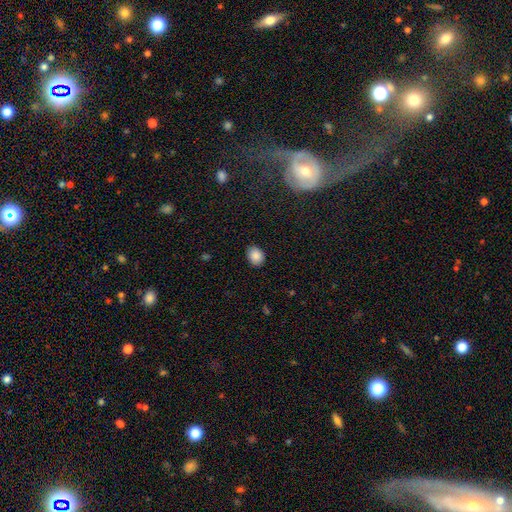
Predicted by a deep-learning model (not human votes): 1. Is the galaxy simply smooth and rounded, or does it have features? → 88% smooth, 9% star or artifact, 4% featured or disk.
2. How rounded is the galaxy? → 56% in between, 43% round, 1% cigar-shaped.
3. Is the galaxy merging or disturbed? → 88% none, 9% minor disturbance, 2% major disturbance, 1% merger.